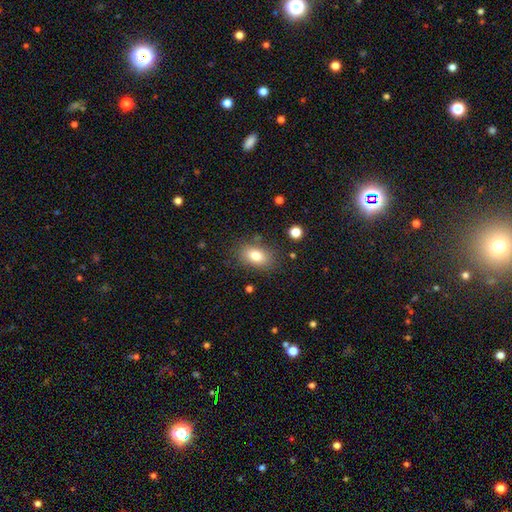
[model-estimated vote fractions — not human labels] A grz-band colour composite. It shows a smooth galaxy with no disk features (80%) that is in between round and cigar-shaped (84%). Merging: none (81%).